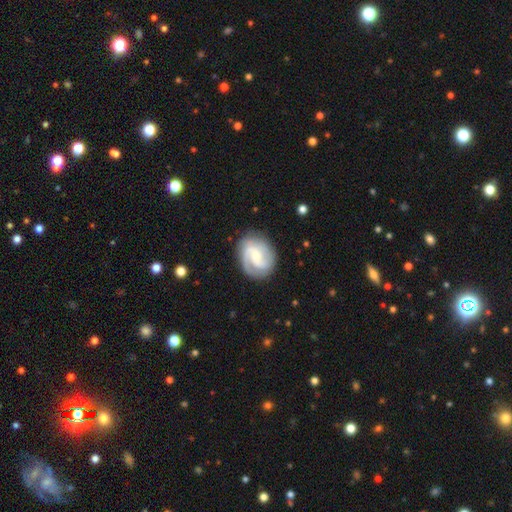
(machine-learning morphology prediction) A featured or disk galaxy (83%) with a weak bar (44%, tied with no), 2 (61%) medium (46%) spiral arms (96%) and a small central bulge (55%). Merging: none (79%).